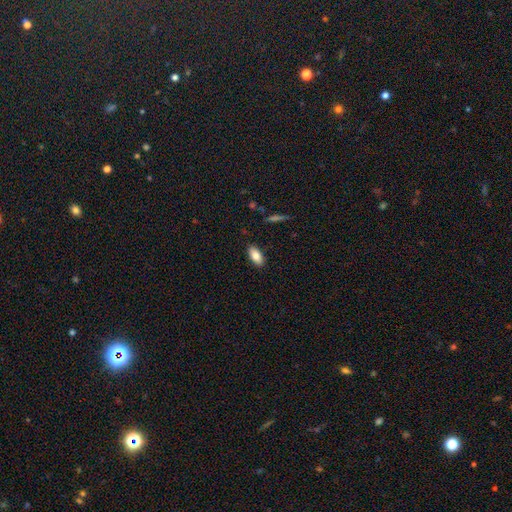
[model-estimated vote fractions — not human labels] A smooth galaxy with no disk features (83%) that is in between round and cigar-shaped (90%). Merging: none (89%).